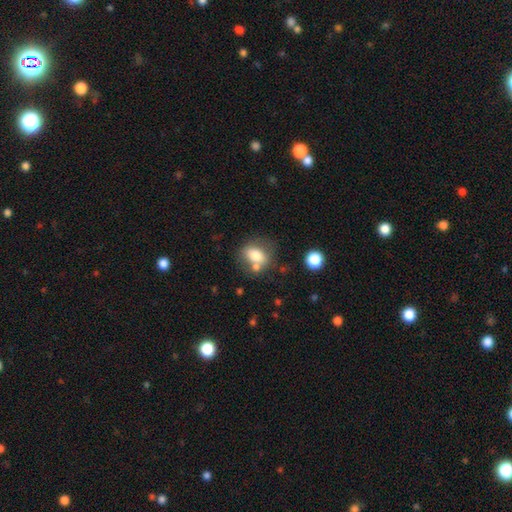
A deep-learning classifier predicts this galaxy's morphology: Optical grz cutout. It shows a smooth galaxy with no disk features (71%) that is in between round and cigar-shaped (63%). Merging: none (53%).